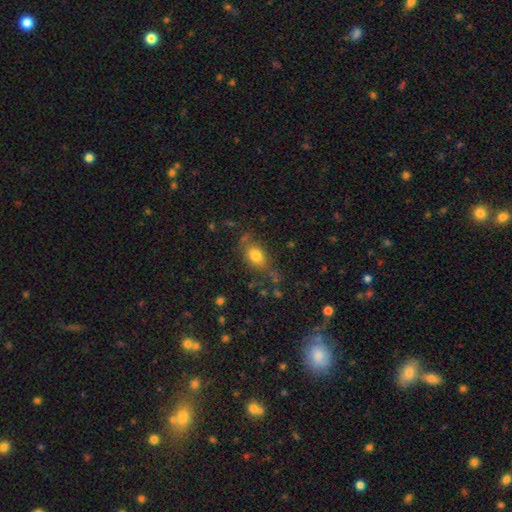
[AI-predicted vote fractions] smooth-or-featured: smooth: 74% | featured or disk: 15% | star or artifact: 10%
  how-rounded: in between: 72% | round: 23% | cigar-shaped: 5%
  merging: none: 60% | minor disturbance: 23% | major disturbance: 12% | merger: 5%